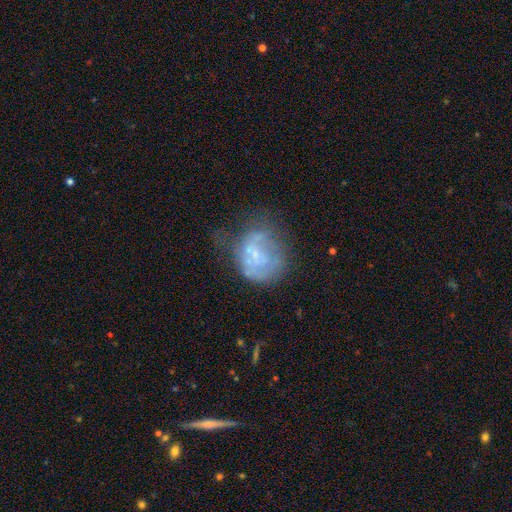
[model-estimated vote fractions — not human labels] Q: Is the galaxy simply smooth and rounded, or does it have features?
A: featured or disk — 55%.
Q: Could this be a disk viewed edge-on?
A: no — 98%.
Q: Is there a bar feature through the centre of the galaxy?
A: no — 76%.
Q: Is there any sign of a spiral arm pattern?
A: no — 70%.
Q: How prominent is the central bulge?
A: small — 52%.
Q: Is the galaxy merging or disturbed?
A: none — 34%.